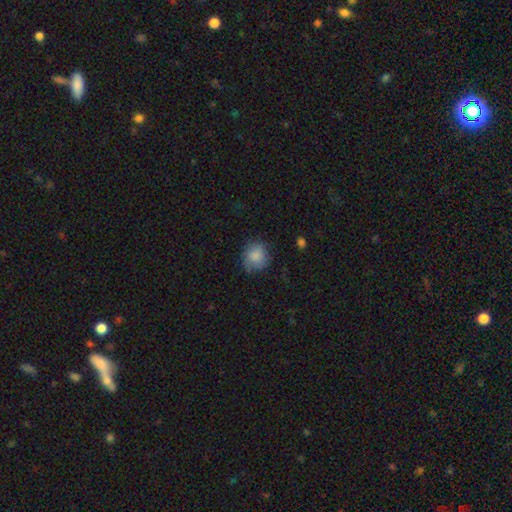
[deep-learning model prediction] Smooth or featured?
  - smooth: 84% *
  - featured or disk: 8%
  - star or artifact: 8%
How rounded?
  - round: 83% *
  - in between: 16%
  - cigar-shaped: 1%
Merging?
  - none: 72% *
  - minor disturbance: 21%
  - major disturbance: 6%
  - merger: 1%